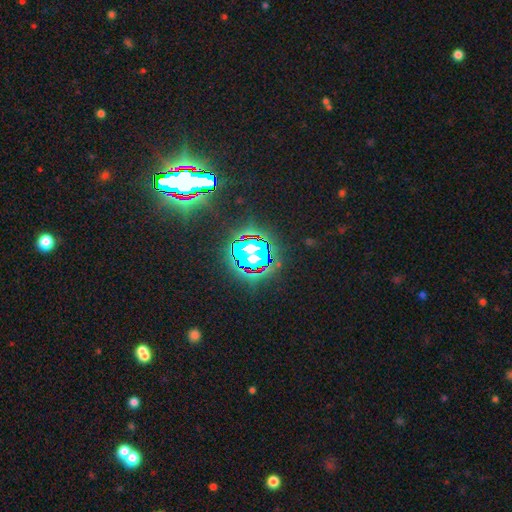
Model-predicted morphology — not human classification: Overall: star or artifact (70%).